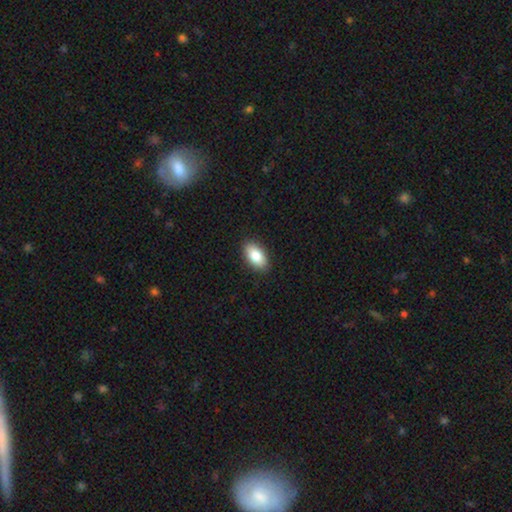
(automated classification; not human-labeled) The model was most divided on "smooth or featured": smooth: 85%, featured or disk: 9%, star or artifact: 7%. More confident: how rounded — in between (93%); merging — none (89%).